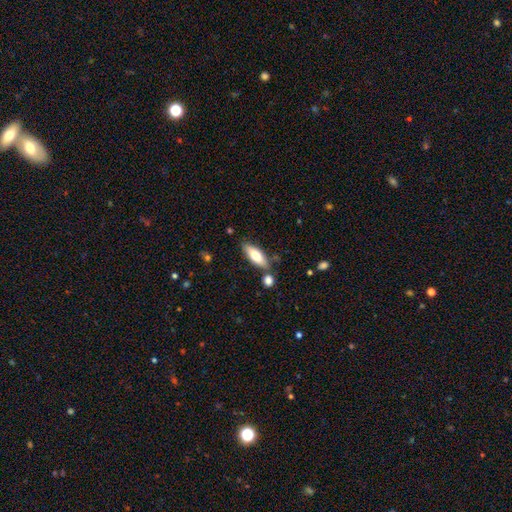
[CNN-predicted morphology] Smooth or featured?
  - smooth: 70% *
  - featured or disk: 24%
  - star or artifact: 6%
How rounded?
  - in between: 66% *
  - cigar-shaped: 32%
  - round: 2%
Merging?
  - none: 73% *
  - minor disturbance: 14%
  - merger: 9%
  - major disturbance: 3%